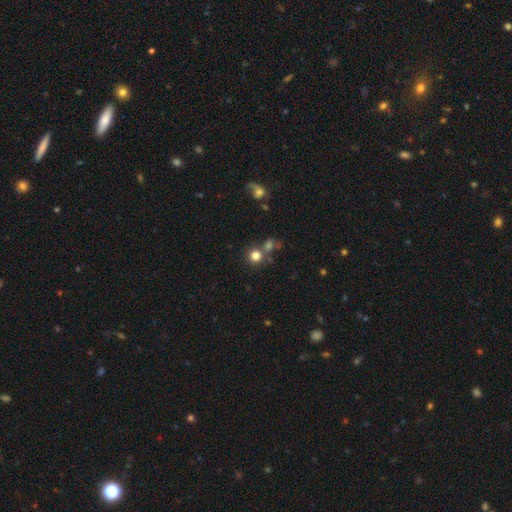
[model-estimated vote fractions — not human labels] This appears to be a smooth galaxy with no disk features (78%) that is round (91%). Merging: none (66%).